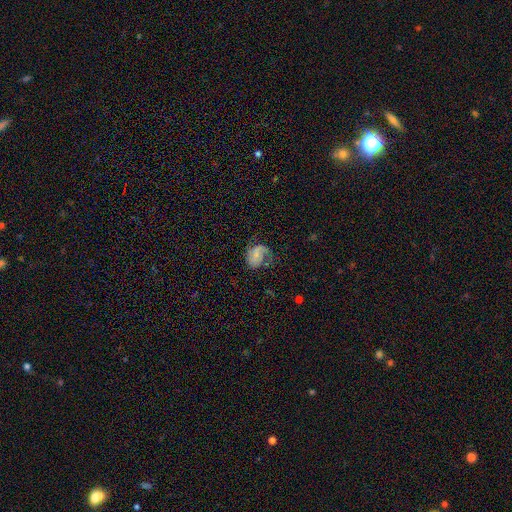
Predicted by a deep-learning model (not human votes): Overall: featured or disk (58%; smooth 33%). Edge-on disk: no (98%). Bar: weak (44%; no 40%). Spiral arms: yes (85%). Bulge size: small (53%; none 25%). Merging: none (45%; minor disturbance 27%).